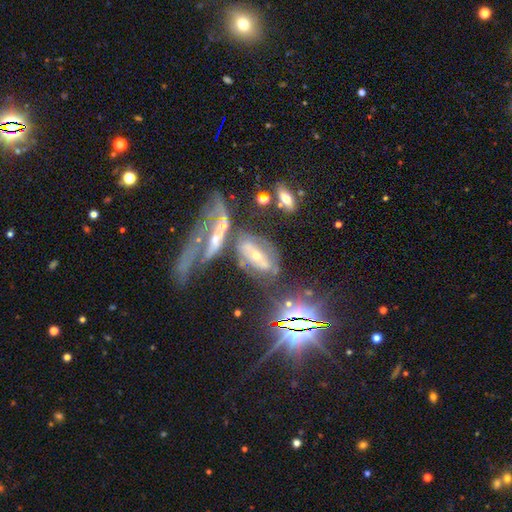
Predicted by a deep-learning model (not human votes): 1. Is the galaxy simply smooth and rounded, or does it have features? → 59% featured or disk, 25% star or artifact, 16% smooth.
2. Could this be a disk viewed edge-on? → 77% no, 23% yes.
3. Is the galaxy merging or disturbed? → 41% none, 28% merger, 17% minor disturbance, 15% major disturbance.